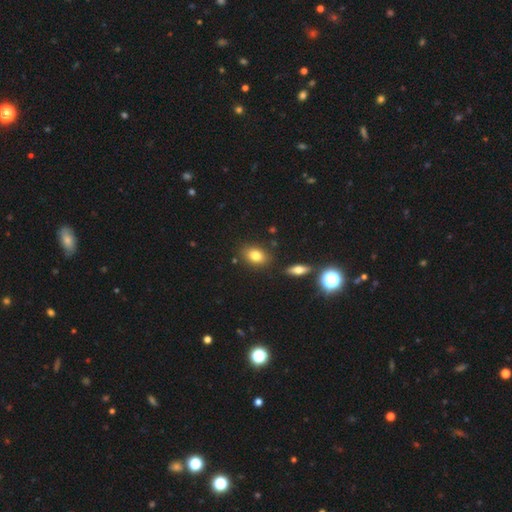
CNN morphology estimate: type=smooth (79%); roundness=in between (73%); merging=none (83%).